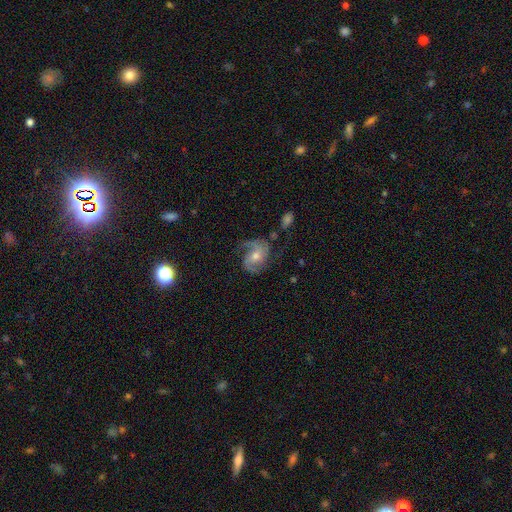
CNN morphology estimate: type=featured or disk (83%); edge-on=no (98%); bar=no (62%); spiral arms=yes (96%); winding=medium (51%); arm count=2 (69%); bulge=moderate (57%); merging=none (66%).